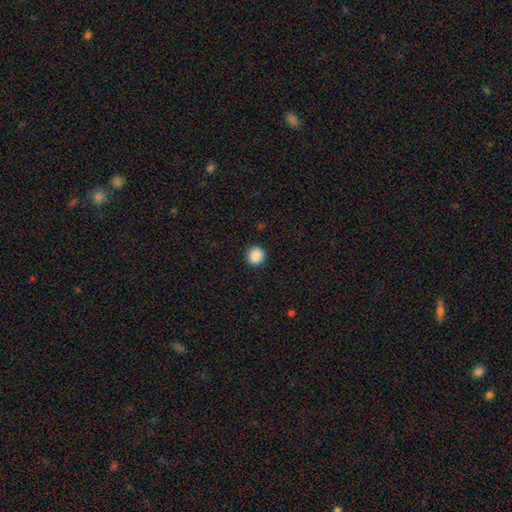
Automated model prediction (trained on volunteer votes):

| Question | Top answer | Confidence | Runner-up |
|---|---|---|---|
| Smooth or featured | smooth | 89% | star or artifact (9%) |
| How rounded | round | 94% | in between (5%) |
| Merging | none | 92% | minor disturbance (5%) |